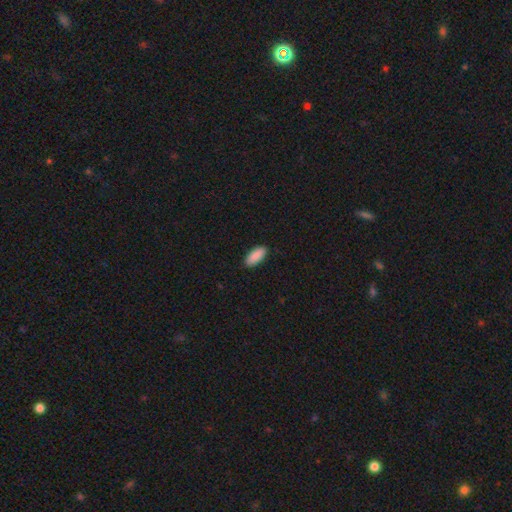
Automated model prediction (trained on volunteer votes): The model was most divided on "how rounded": in between: 85%, cigar-shaped: 13%, round: 2%. More confident: smooth or featured — smooth (91%); merging — none (89%).